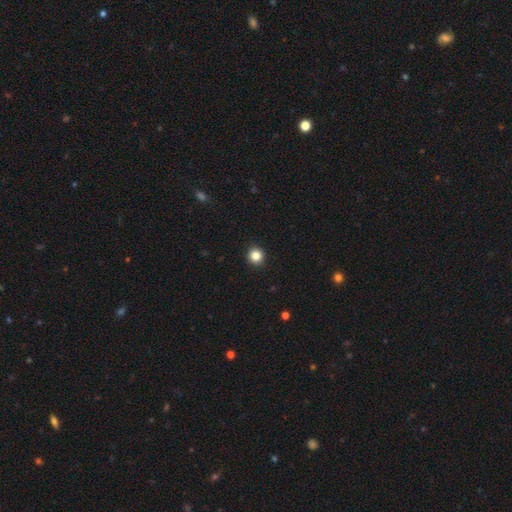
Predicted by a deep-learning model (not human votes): A smooth galaxy with no disk features (84%) that is round (93%).

Vote fractions:
- Smooth or featured? smooth: 84% / star or artifact: 12% / featured or disk: 4%
- How rounded? round: 93% / in between: 6% / cigar-shaped: 1%
- Merging? none: 93% / minor disturbance: 4% / major disturbance: 1% / merger: 1%